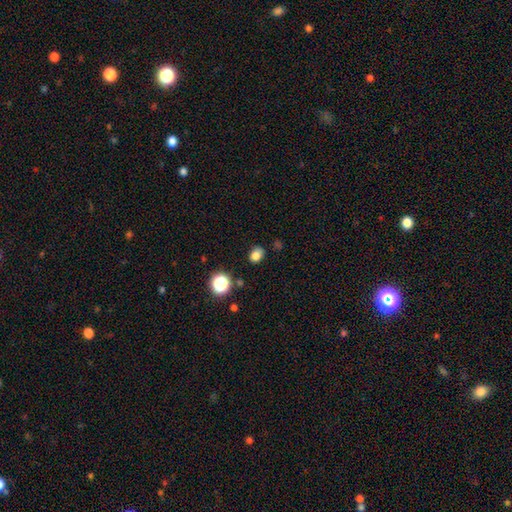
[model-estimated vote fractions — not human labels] This appears to be a smooth galaxy with no disk features (80%) that is in between round and cigar-shaped (57%). Merging: none (79%).